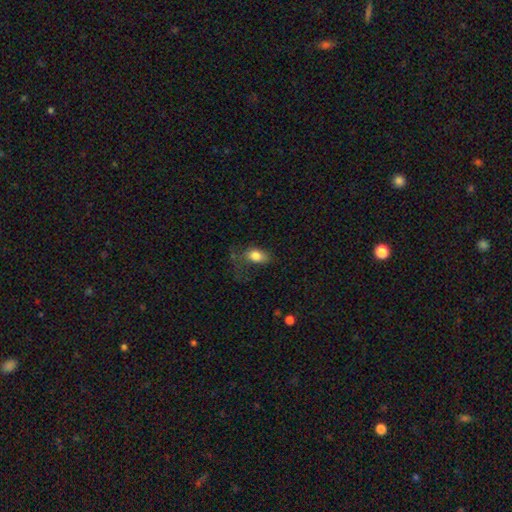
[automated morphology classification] This is clearly a smooth galaxy (81%). How rounded: clearly in between (86%). Merging: marginally none (40%).